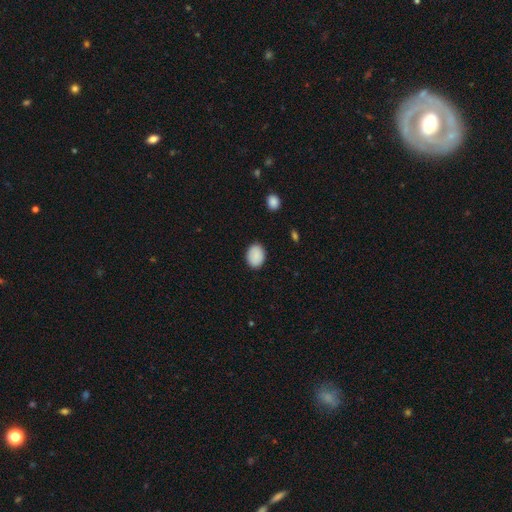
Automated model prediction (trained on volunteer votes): A smooth galaxy with no disk features (90%) that is in between round and cigar-shaped (68%). Merging: none (88%).